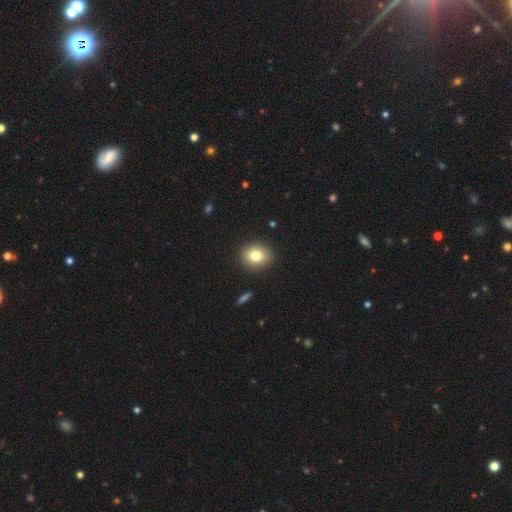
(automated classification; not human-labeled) smooth 80%, featured or disk 10%, star or artifact 10%. Down the decision tree: how rounded — round (70%); merging — none (90%).